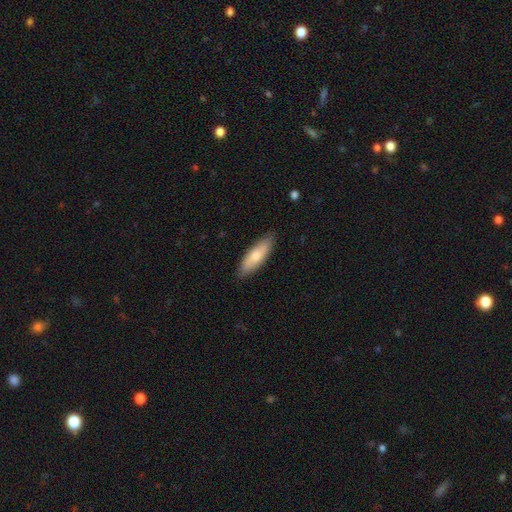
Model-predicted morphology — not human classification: This is likely a smooth galaxy (68%). How rounded: possibly in between (52%). Merging: clearly none (87%).